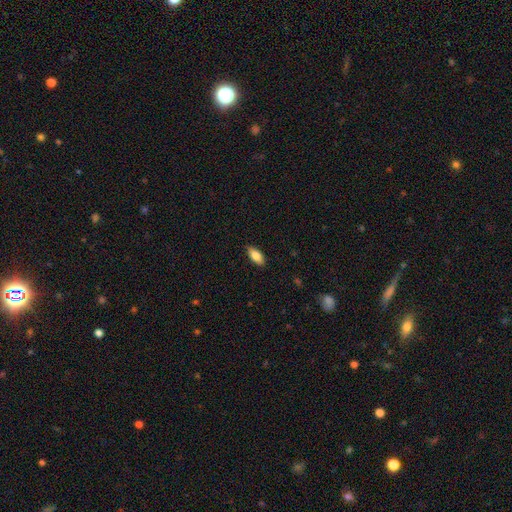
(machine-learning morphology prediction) Smooth or featured?
  - smooth: 82% *
  - featured or disk: 11%
  - star or artifact: 7%
How rounded?
  - in between: 87% *
  - cigar-shaped: 10%
  - round: 2%
Merging?
  - none: 87% *
  - minor disturbance: 10%
  - major disturbance: 2%
  - merger: 1%